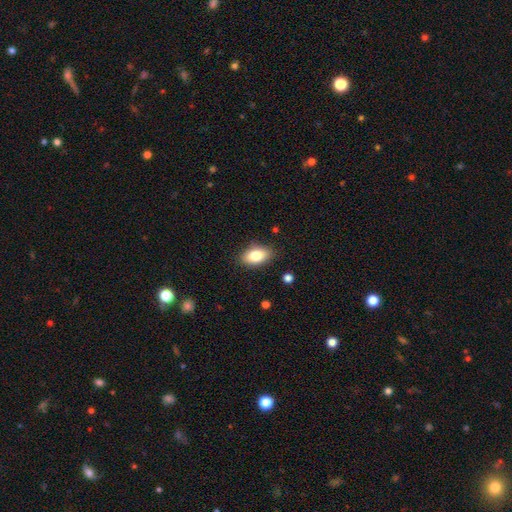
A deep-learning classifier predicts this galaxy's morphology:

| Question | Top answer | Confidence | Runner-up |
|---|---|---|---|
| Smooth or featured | smooth | 81% | featured or disk (12%) |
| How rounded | in between | 90% | round (7%) |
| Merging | none | 86% | minor disturbance (10%) |